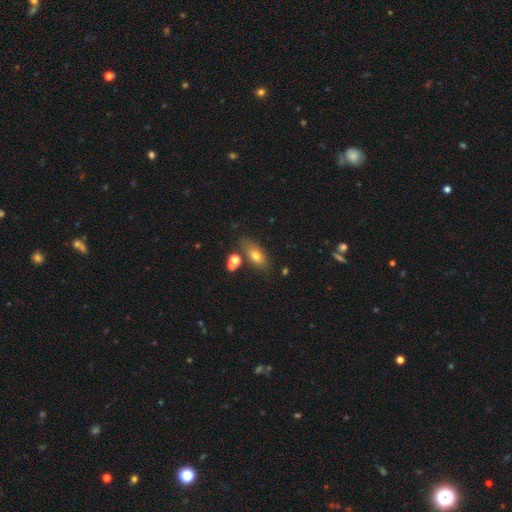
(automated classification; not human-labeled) Smooth or featured?
  - smooth: 71% *
  - featured or disk: 19%
  - star or artifact: 10%
How rounded?
  - in between: 79% *
  - cigar-shaped: 12%
  - round: 9%
Merging?
  - none: 68% *
  - minor disturbance: 15%
  - merger: 12%
  - major disturbance: 5%